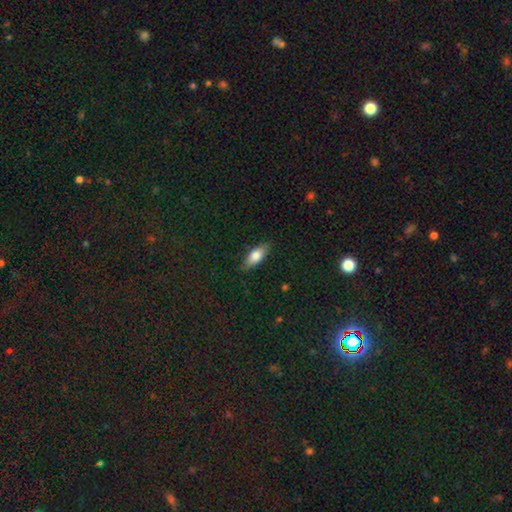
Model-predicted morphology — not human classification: Q: Smooth or featured?
A: smooth (73%); runner-up: featured or disk (21%)
Q: How rounded?
A: in between (72%); runner-up: cigar-shaped (25%)
Q: Merging?
A: none (85%); runner-up: minor disturbance (12%)